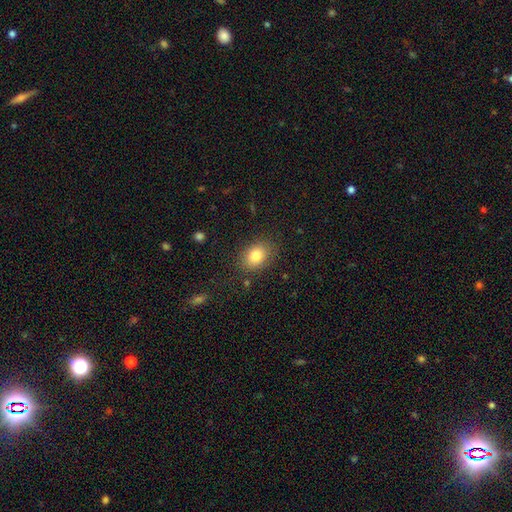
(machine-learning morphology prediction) smooth 82%, star or artifact 9%, featured or disk 9%. Down the decision tree: how rounded — in between (68%); merging — none (83%).